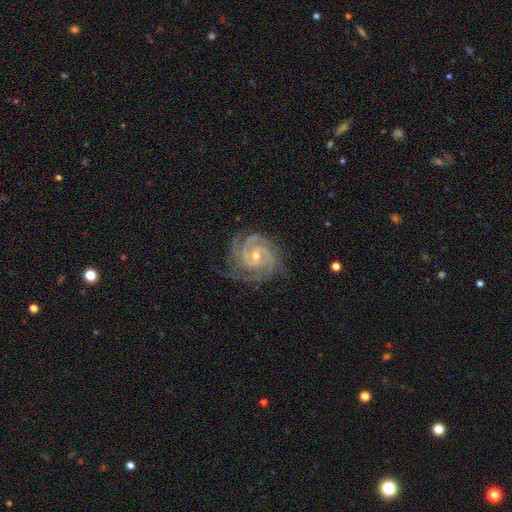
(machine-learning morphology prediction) A featured or disk galaxy (93%) with no bar (45%), 3 (41%) tight (76%) spiral arms (99%) and a small central bulge (61%). Merging: none (77%).